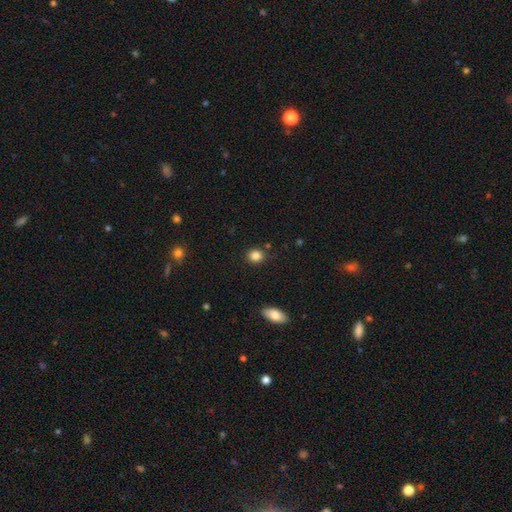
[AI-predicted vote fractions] The model was most divided on "how rounded": round: 77%, in between: 22%, cigar-shaped: 1%. More confident: merging — none (85%); smooth or featured — smooth (85%).